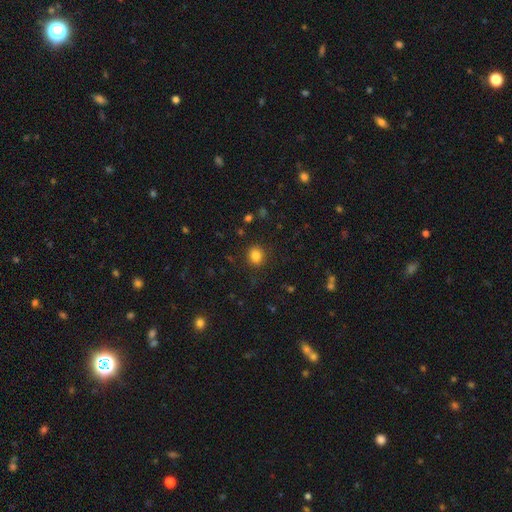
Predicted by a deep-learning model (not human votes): smooth_or_featured: smooth (p=0.83) [alt: star or artifact p=0.12]
how_rounded: round (p=0.74) [alt: in between p=0.26]
merging: none (p=0.87) [alt: minor disturbance p=0.09]